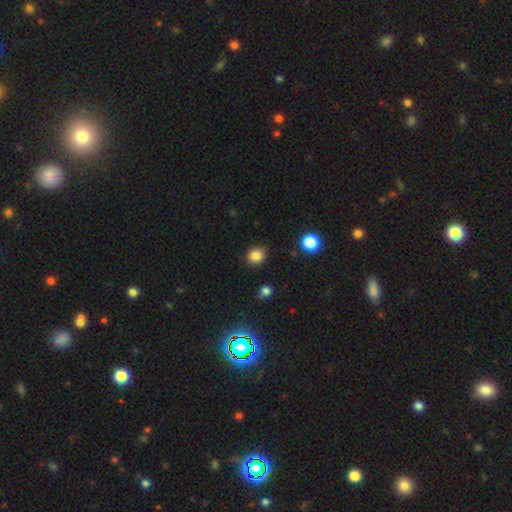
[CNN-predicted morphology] smooth-or-featured: smooth: 85% | star or artifact: 11% | featured or disk: 4%
  how-rounded: round: 81% | in between: 18% | cigar-shaped: 1%
  merging: none: 89% | minor disturbance: 7% | major disturbance: 2% | merger: 2%